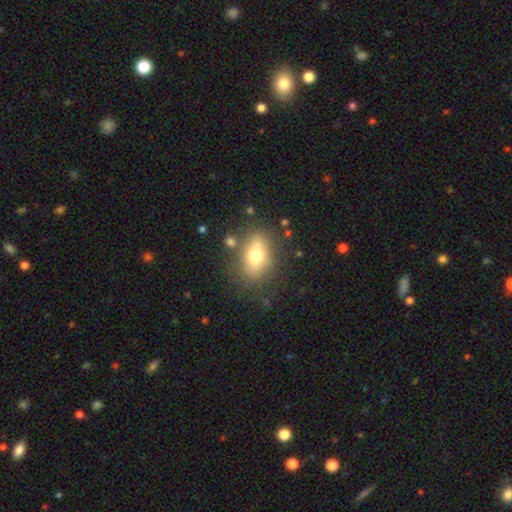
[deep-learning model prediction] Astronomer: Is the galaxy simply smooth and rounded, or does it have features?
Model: smooth — 67%.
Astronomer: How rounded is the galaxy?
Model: in between — 74%.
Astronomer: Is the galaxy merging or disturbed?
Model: none — 69%.